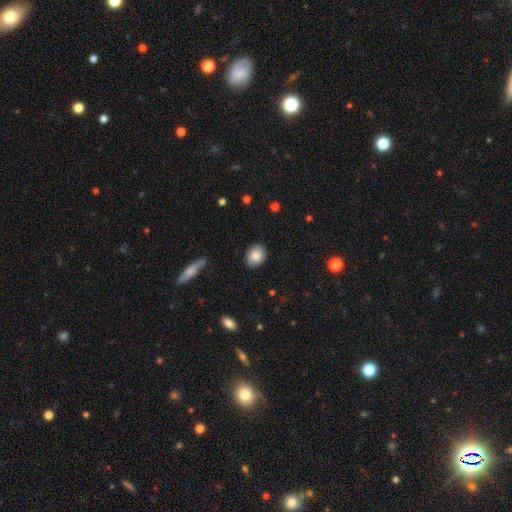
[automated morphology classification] smooth-or-featured: smooth: 85% | star or artifact: 8% | featured or disk: 7%
  how-rounded: round: 52% | in between: 46% | cigar-shaped: 1%
  merging: none: 87% | minor disturbance: 9% | major disturbance: 2% | merger: 1%